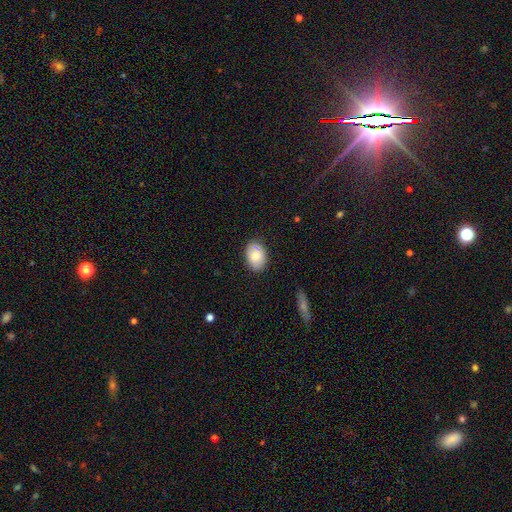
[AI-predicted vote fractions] Smooth or featured: smooth — 74% (featured or disk — 19%)
How rounded: in between — 83% (round — 16%)
Merging: none — 83% (minor disturbance — 13%)